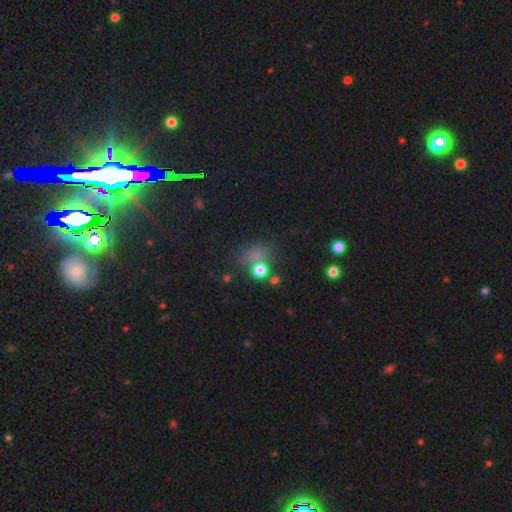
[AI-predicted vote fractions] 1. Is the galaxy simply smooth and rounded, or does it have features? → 59% smooth, 30% star or artifact, 10% featured or disk.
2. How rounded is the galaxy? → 67% round, 31% in between, 2% cigar-shaped.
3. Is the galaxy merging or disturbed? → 54% none, 18% merger, 16% minor disturbance, 12% major disturbance.